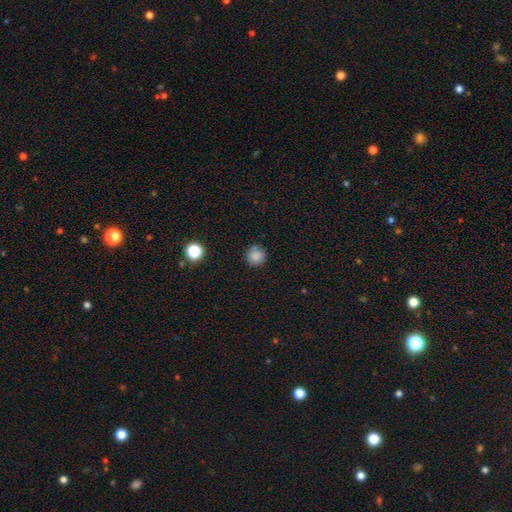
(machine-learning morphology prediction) This is clearly a smooth galaxy (85%). How rounded: clearly round (94%). Merging: clearly none (83%).